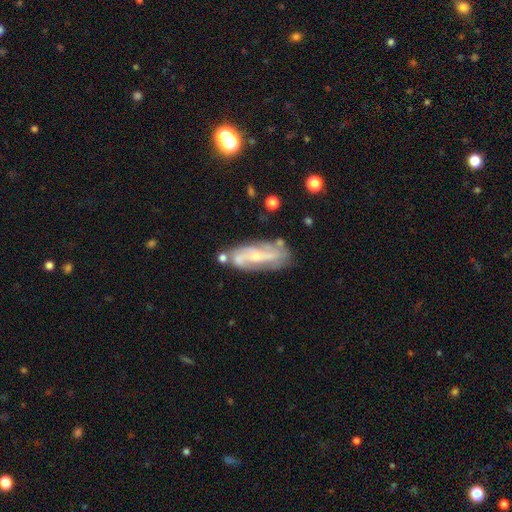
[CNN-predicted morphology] smooth-or-featured: featured or disk: 74% | smooth: 19% | star or artifact: 7%
  disk-edge-on: no: 86% | yes: 14%
    bar: no: 43% | weak: 36% | strong: 20%
    has-spiral-arms: yes: 85% | no: 15%
      spiral-winding: medium: 39% | loose: 33% | tight: 28%
      spiral-arm-count: 2: 66% | can't tell: 21% | 3: 6% | 1: 3% | 4: 2% | more than 4: 2%
    bulge-size: small: 62% | moderate: 32% | none: 3% | large: 2% | dominant: 1%
  merging: none: 68% | minor disturbance: 19% | merger: 8% | major disturbance: 6%